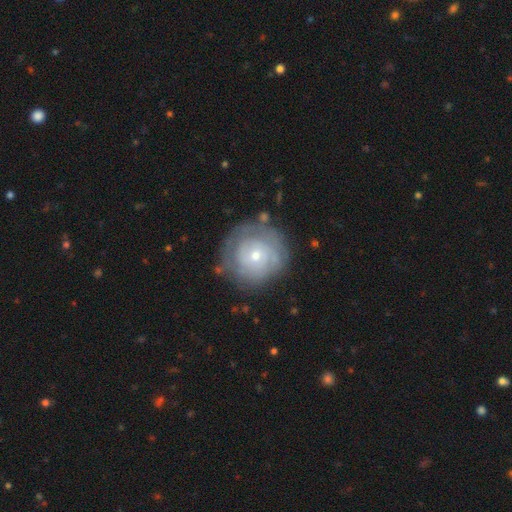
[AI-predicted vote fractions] Smooth or featured?
  - featured or disk: 60% *
  - smooth: 33%
  - star or artifact: 7%
Edge-on disk?
  - no: 97% *
  - yes: 3%
Bar?
  - no: 84% *
  - weak: 13%
  - strong: 3%
Spiral arms?
  - yes: 65% *
  - no: 35%
Bulge size?
  - small: 60% *
  - moderate: 36%
  - large: 2%
  - none: 1%
  - dominant: 1%
Merging?
  - none: 75% *
  - minor disturbance: 16%
  - major disturbance: 7%
  - merger: 2%